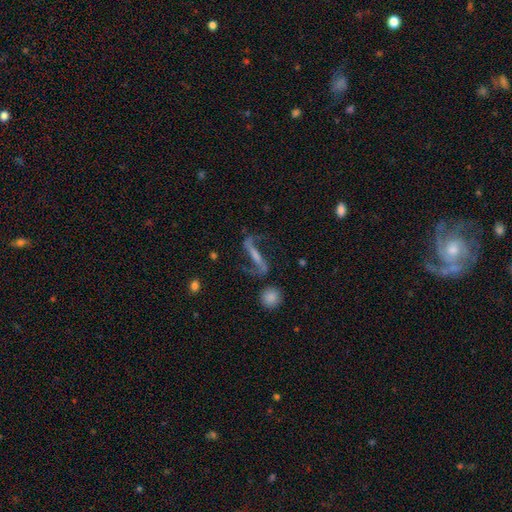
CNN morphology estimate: A featured or disk galaxy (77%) with a strong bar (55%), spiral arms (89%) and a small central bulge (40%). Merging: none (62%).